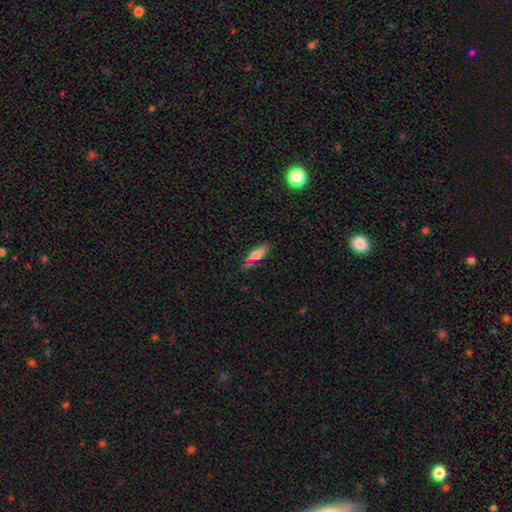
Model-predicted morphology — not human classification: type=smooth (75%); roundness=in between (54%); merging=none (75%).